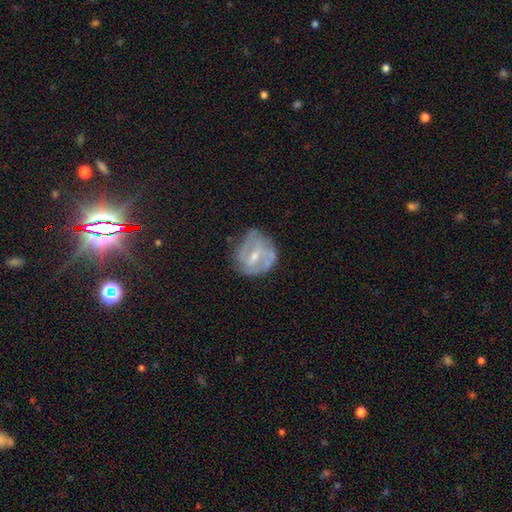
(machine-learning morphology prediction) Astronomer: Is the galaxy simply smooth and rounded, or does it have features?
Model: featured or disk — 73%.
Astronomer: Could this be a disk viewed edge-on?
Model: no — 97%.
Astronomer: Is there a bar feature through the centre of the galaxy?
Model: weak — 53%.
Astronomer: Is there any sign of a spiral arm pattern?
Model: yes — 78%.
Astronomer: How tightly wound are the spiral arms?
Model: medium — 44% (runner-up: tight, 35%).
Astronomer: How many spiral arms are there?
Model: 2 — 56%.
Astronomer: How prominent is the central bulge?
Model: small — 52% (runner-up: moderate, 43%).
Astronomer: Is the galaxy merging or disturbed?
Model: none — 54% (runner-up: minor disturbance, 29%).